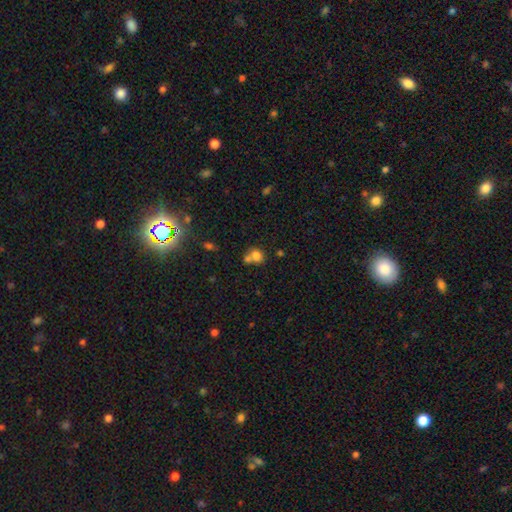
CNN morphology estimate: A smooth galaxy with no disk features (76%) that is round (67%). Merging: merger (45%).